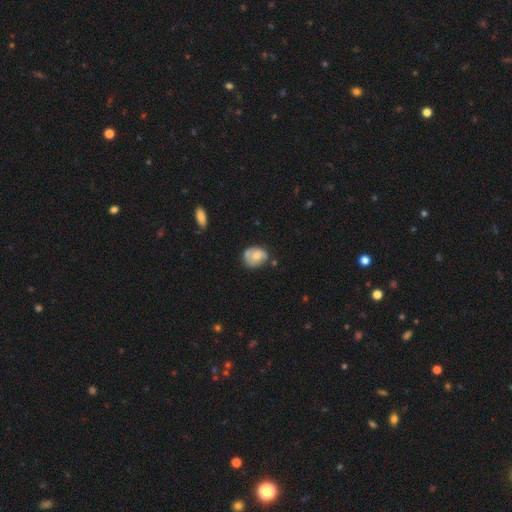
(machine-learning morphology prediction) The model was most divided on "how rounded": round: 53%, in between: 46%, cigar-shaped: 1%. More confident: smooth or featured — smooth (57%); merging — none (52%).